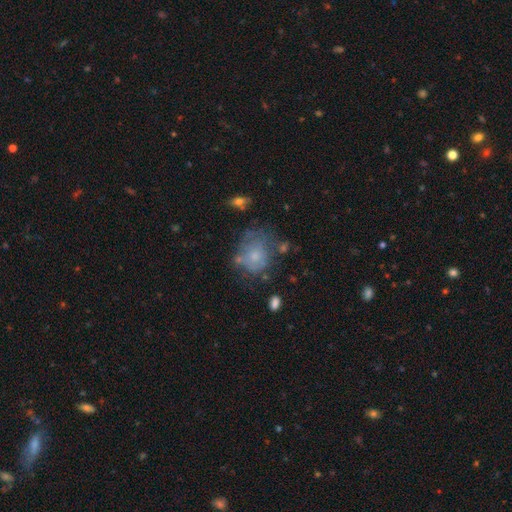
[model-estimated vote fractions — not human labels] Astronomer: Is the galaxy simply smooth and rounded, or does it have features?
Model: smooth — 53% (runner-up: featured or disk, 35%).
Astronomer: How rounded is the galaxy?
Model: round — 59% (runner-up: in between, 40%).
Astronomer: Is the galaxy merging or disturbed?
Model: none — 45% (runner-up: minor disturbance, 27%).